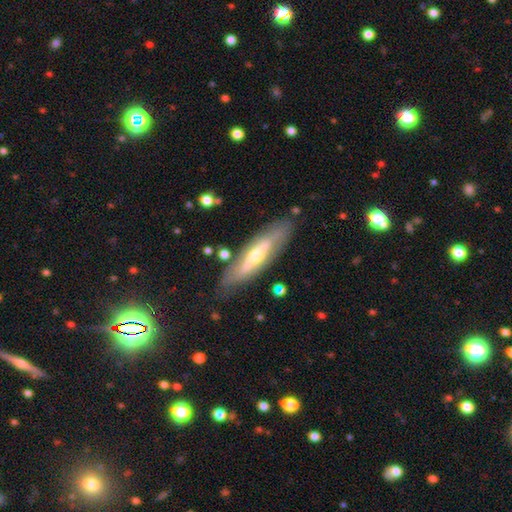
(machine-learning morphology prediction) smooth_or_featured: featured or disk (p=0.65) [alt: smooth p=0.29]
disk_edge_on: yes (p=0.61) [alt: no p=0.39]
merging: none (p=0.80) [alt: minor disturbance p=0.14]